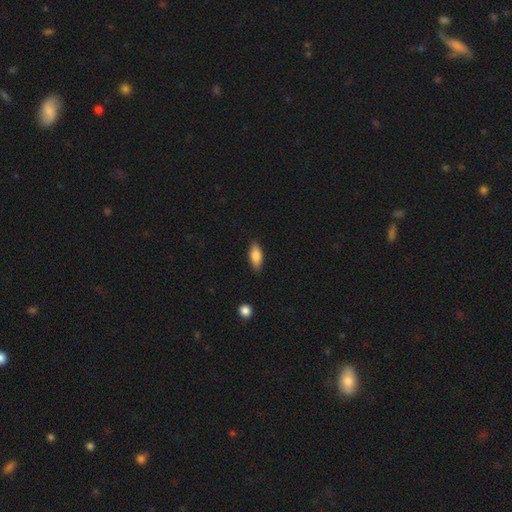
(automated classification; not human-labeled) This appears to be a smooth galaxy with no disk features (80%) that is in between round and cigar-shaped (81%). Merging: none (85%).